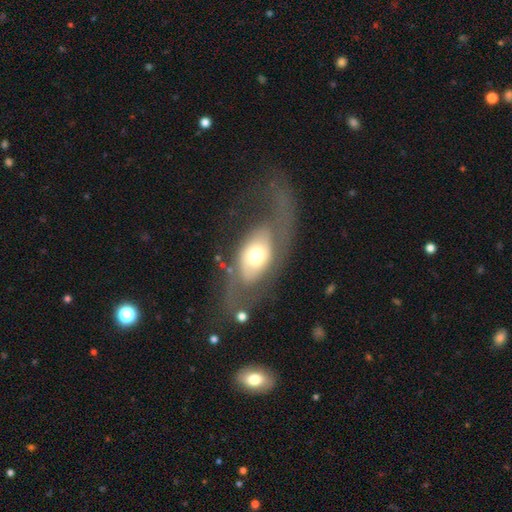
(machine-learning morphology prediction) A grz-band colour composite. It shows a featured or disk galaxy (55%). Merging: none (49%).